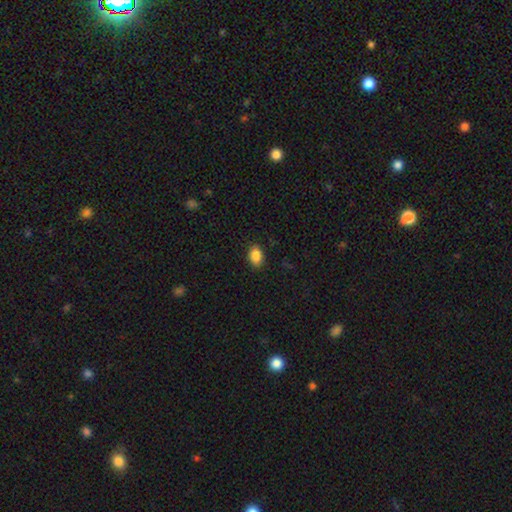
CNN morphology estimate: A smooth galaxy with no disk features (88%) that is in between round and cigar-shaped (86%). Merging: none (89%).